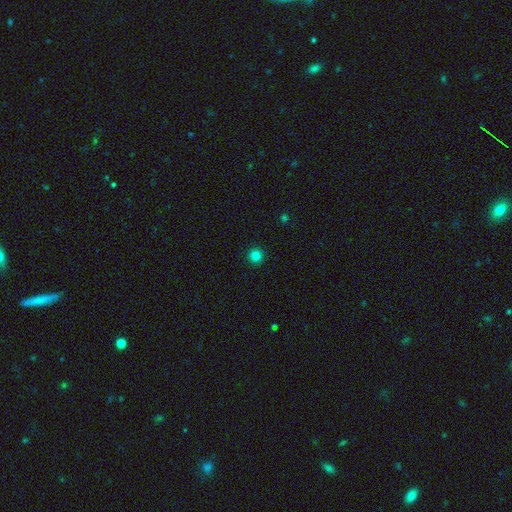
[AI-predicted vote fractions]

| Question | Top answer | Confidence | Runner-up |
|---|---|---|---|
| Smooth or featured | smooth | 82% | star or artifact (13%) |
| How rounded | round | 95% | in between (4%) |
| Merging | none | 93% | minor disturbance (4%) |